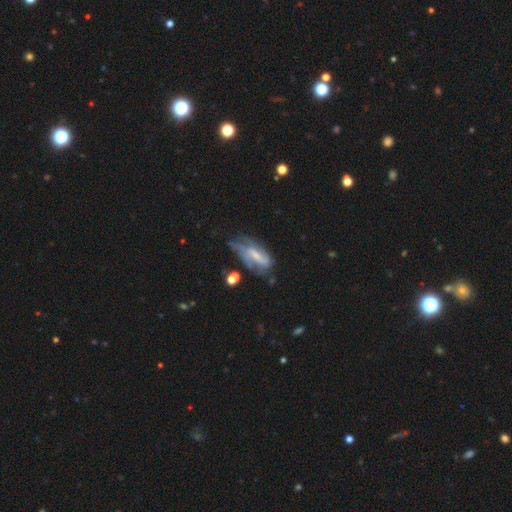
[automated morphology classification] A featured or disk galaxy (59%) with a weak bar (39%), spiral arms (67%) and a small central bulge (36%).

Vote fractions:
- Smooth or featured? featured or disk: 59% / smooth: 32% / star or artifact: 9%
- Edge-on disk? no: 87% / yes: 13%
- Bar? weak: 39% / no: 31% / strong: 30%
- Spiral arms? yes: 67% / no: 33%
- Bulge size? small: 36% / moderate: 32% / none: 25% / large: 6% / dominant: 2%
- Merging? none: 35% / minor disturbance: 30% / major disturbance: 27% / merger: 7%